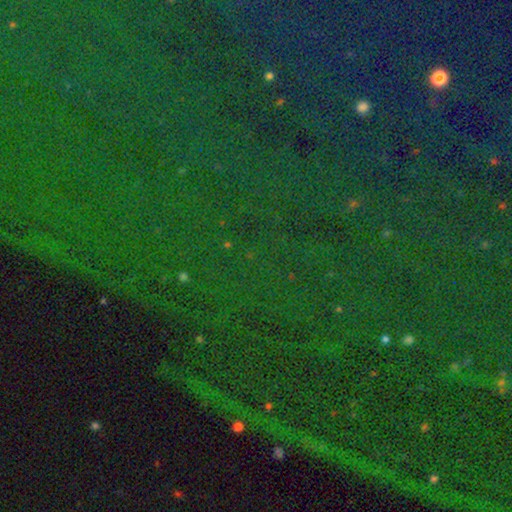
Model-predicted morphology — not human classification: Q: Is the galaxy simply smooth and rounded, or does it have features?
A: star or artifact — 84%.